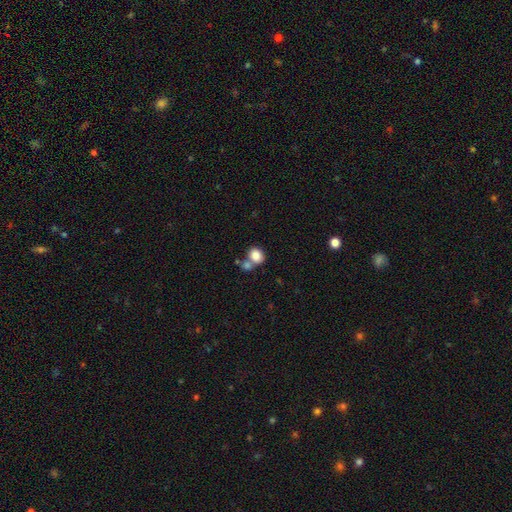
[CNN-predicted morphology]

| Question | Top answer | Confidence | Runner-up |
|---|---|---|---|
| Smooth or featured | smooth | 84% | star or artifact (10%) |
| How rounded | round | 56% | in between (43%) |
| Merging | none | 44% | merger (42%) |